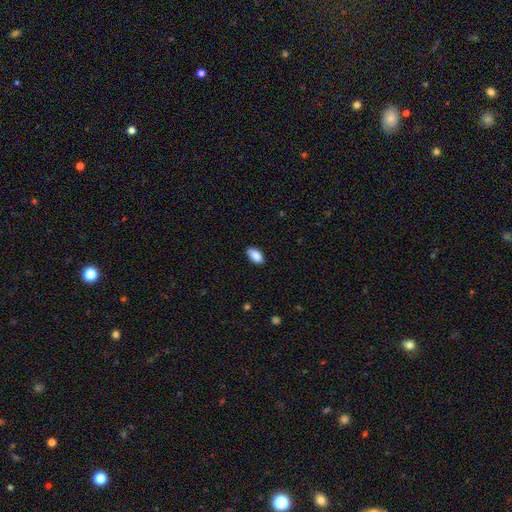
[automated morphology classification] smooth_or_featured: smooth (p=0.88) [alt: star or artifact p=0.07]
how_rounded: in between (p=0.92) [alt: cigar-shaped p=0.05]
merging: none (p=0.83) [alt: minor disturbance p=0.13]